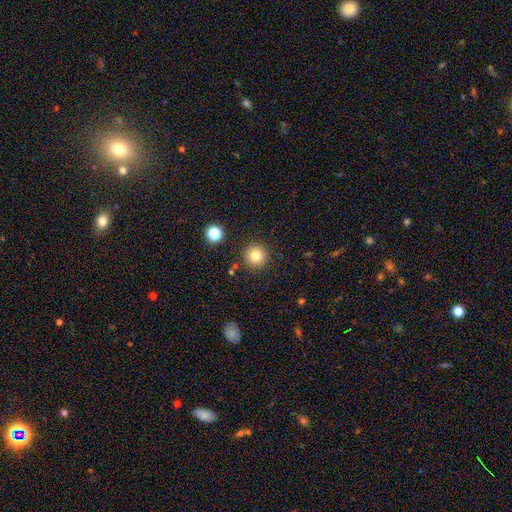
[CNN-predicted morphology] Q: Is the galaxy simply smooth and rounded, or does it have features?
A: smooth — 81%.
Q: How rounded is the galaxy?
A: round — 95%.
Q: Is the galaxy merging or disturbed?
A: none — 89%.